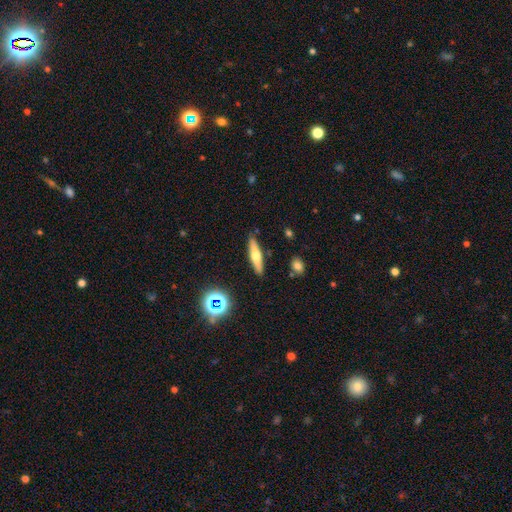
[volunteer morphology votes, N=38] Smooth or featured? smooth (50%)
How rounded? cigar-shaped (74%)
Merging? none (81%)